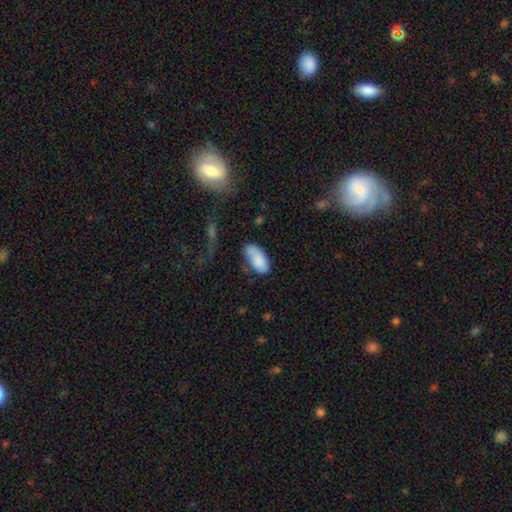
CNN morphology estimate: This appears to be a smooth galaxy with no disk features (81%) that is in between round and cigar-shaped (94%). Merging: none (53%).